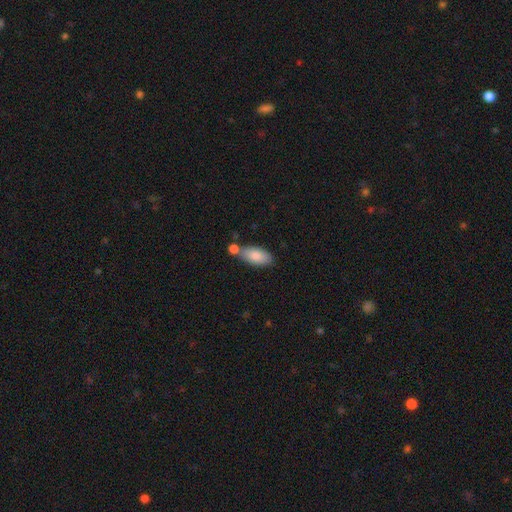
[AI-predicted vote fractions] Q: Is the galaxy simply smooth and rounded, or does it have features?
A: smooth — 84%.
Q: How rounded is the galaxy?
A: in between — 89%.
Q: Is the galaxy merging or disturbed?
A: none — 55%.